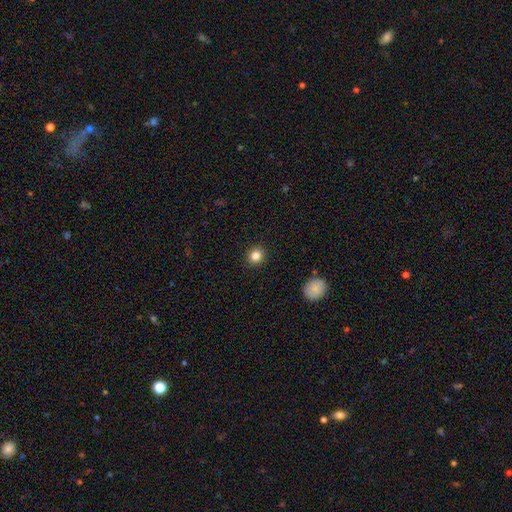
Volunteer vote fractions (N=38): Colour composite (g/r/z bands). It shows a smooth galaxy with no disk features (89%) that is round (88%). Merging: none (100%).